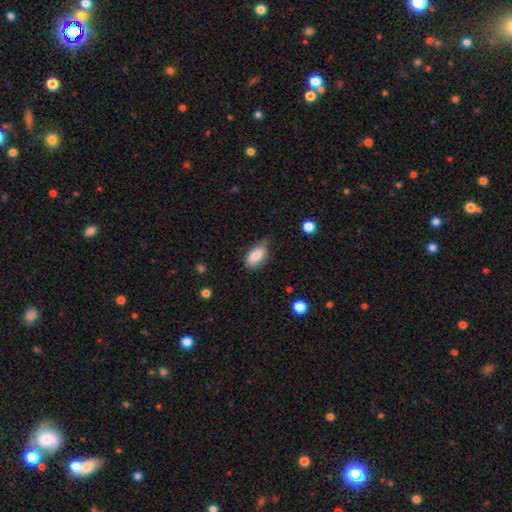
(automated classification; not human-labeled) Smooth or featured? smooth (84%)
How rounded? in between (90%)
Merging? none (60%)